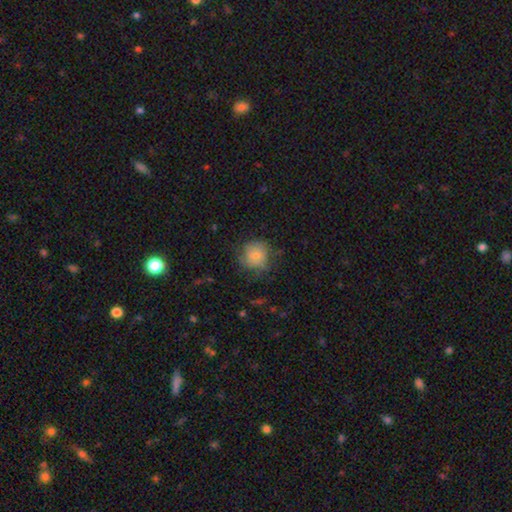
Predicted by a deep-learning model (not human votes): A smooth galaxy with no disk features (74%) that is round (86%). Merging: none (61%).